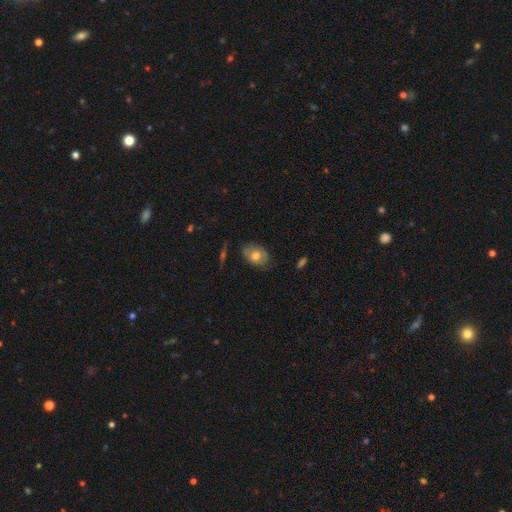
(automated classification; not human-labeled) smooth_or_featured: smooth (p=0.62) [alt: featured or disk p=0.31]
how_rounded: in between (p=0.74) [alt: round p=0.25]
merging: none (p=0.74) [alt: minor disturbance p=0.20]